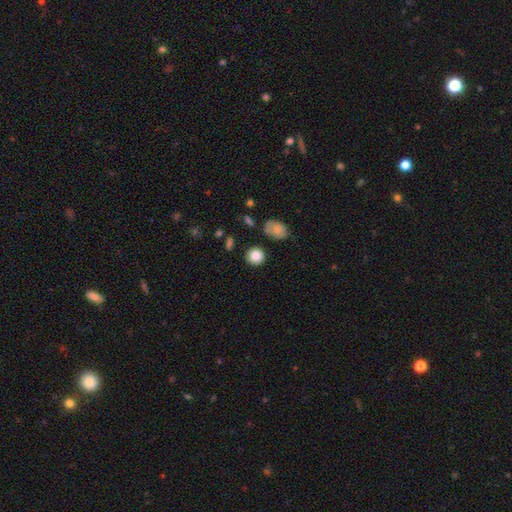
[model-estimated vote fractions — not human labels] A smooth galaxy with no disk features (86%) that is round (88%). Merging: none (86%).